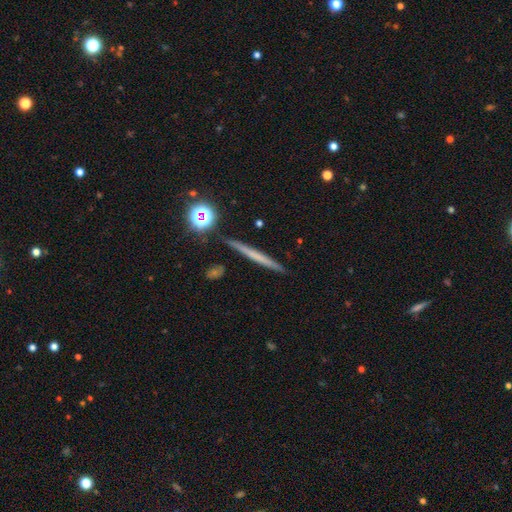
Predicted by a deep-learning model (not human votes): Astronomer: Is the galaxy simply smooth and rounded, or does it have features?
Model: smooth — 46% (runner-up: featured or disk, 43%).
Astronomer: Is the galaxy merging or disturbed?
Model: none — 90%.